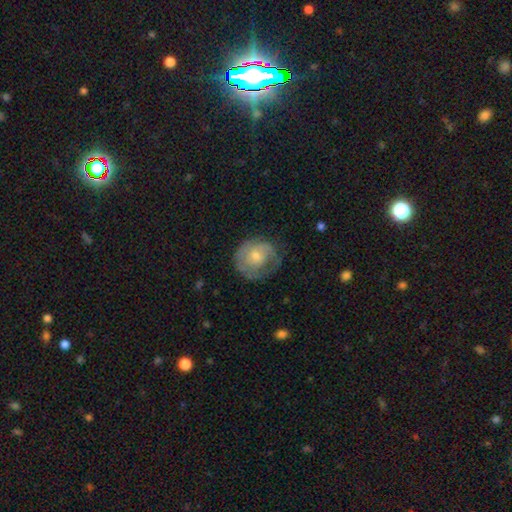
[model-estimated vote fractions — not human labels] Q: Smooth or featured?
A: featured or disk (50%); runner-up: smooth (42%)
Q: Edge-on disk?
A: no (97%); runner-up: yes (3%)
Q: Merging?
A: none (59%); runner-up: minor disturbance (25%)